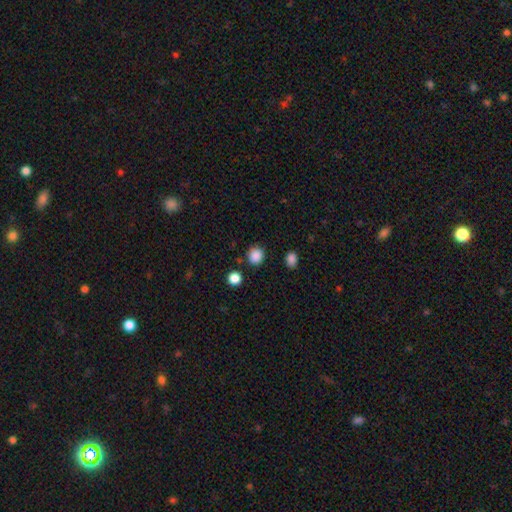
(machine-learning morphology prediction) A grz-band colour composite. It shows a smooth galaxy with no disk features (87%) that is round (84%). Merging: none (85%).